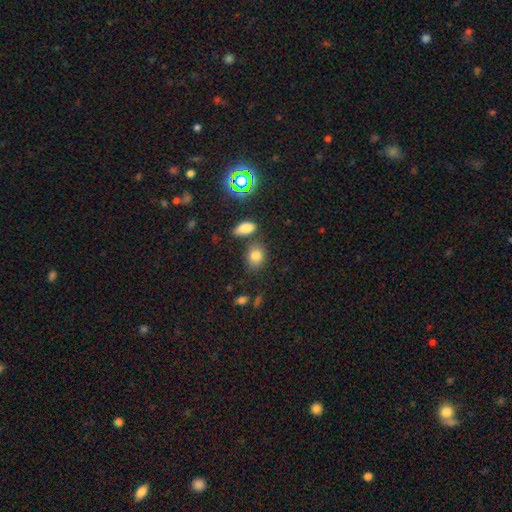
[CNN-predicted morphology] The model was most divided on "how rounded": in between: 54%, round: 44%, cigar-shaped: 2%. More confident: smooth or featured — smooth (80%); merging — none (70%).